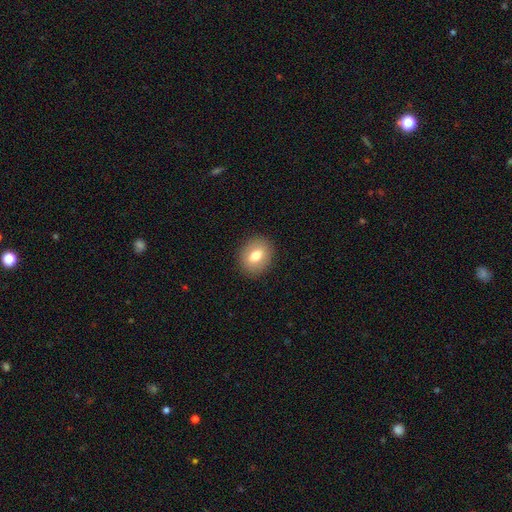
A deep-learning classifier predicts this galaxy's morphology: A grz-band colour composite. It shows a smooth galaxy with no disk features (75%) that is in between round and cigar-shaped (53%). Merging: none (89%).